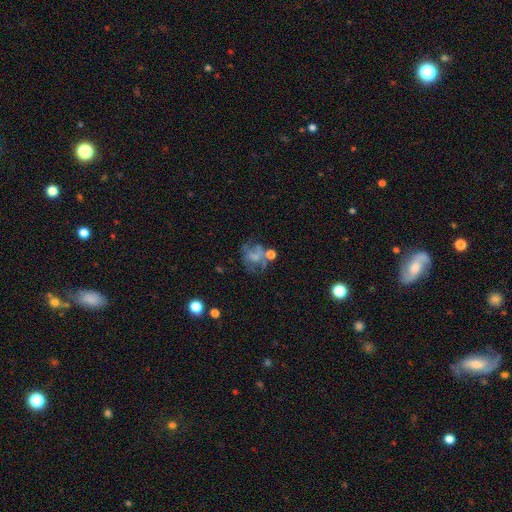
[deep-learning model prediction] featured or disk 47%, smooth 38%, star or artifact 15%. Down the decision tree: merging — none (34%).